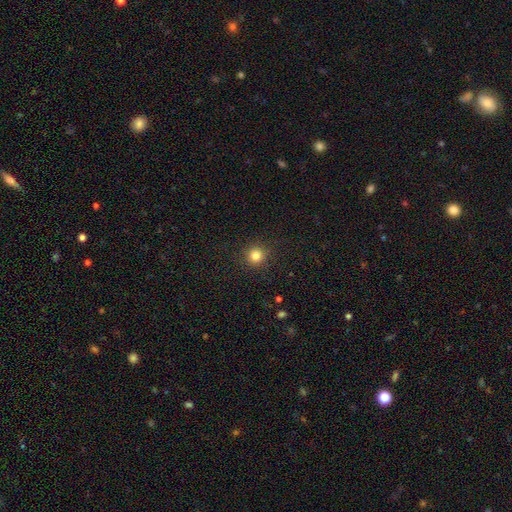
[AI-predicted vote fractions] This is clearly a smooth galaxy (82%). How rounded: clearly round (94%). Merging: clearly none (91%).